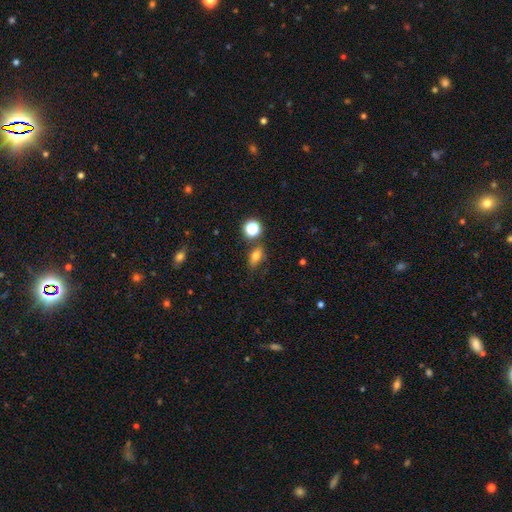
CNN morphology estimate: This appears to be a smooth galaxy with no disk features (74%) that is in between round and cigar-shaped (74%). Merging: none (71%).